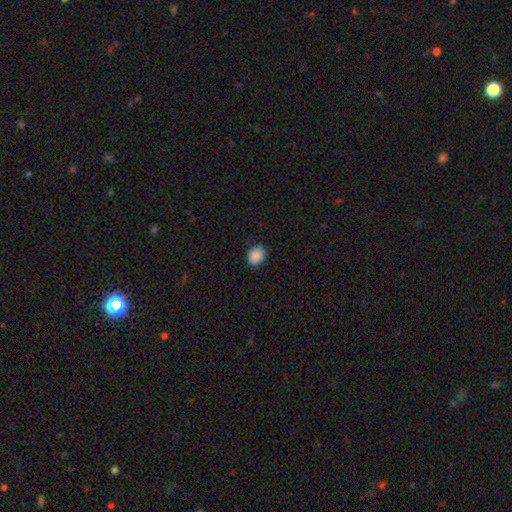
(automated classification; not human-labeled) This is clearly a smooth galaxy (89%). How rounded: possibly round (52%). Merging: clearly none (82%).